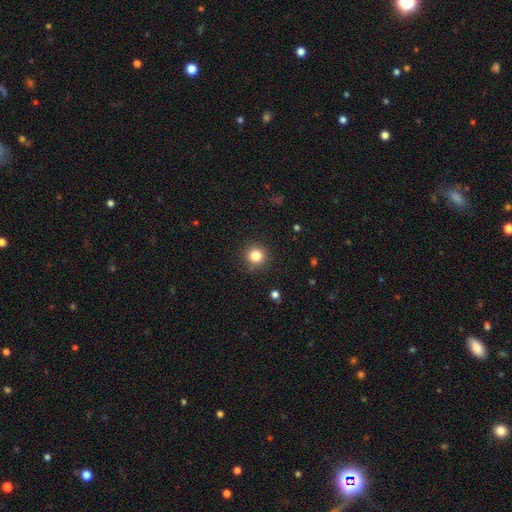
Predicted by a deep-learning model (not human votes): Smooth or featured?
  - smooth: 83% *
  - star or artifact: 12%
  - featured or disk: 5%
How rounded?
  - round: 93% *
  - in between: 6%
  - cigar-shaped: 1%
Merging?
  - none: 88% *
  - minor disturbance: 8%
  - major disturbance: 3%
  - merger: 1%